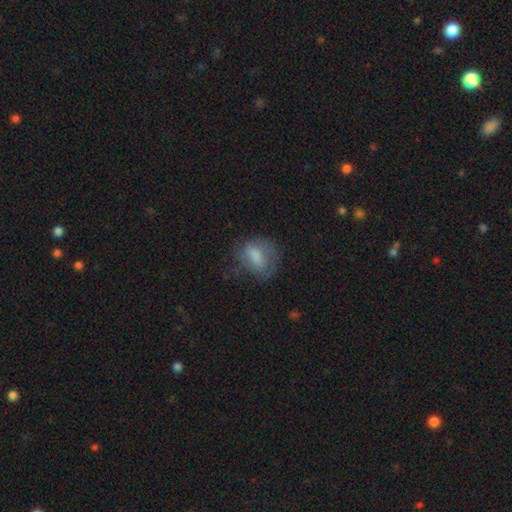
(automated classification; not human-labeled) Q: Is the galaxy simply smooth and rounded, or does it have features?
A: smooth — 65%.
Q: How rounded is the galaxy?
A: in between — 69%.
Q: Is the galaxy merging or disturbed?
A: none — 53%.